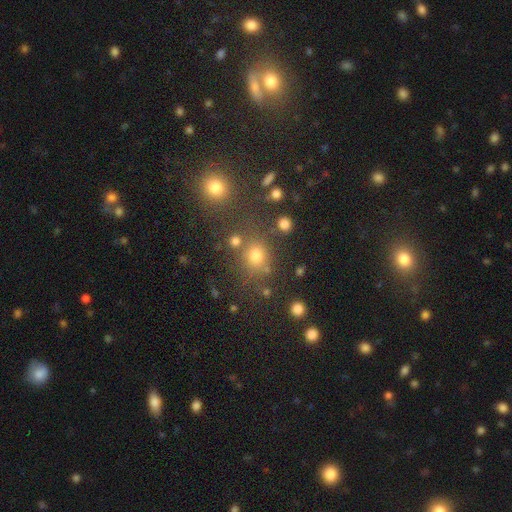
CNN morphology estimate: Smooth or featured?
  - smooth: 72% *
  - star or artifact: 20%
  - featured or disk: 8%
How rounded?
  - round: 75% *
  - in between: 24%
  - cigar-shaped: 1%
Merging?
  - none: 67% *
  - merger: 15%
  - minor disturbance: 12%
  - major disturbance: 6%